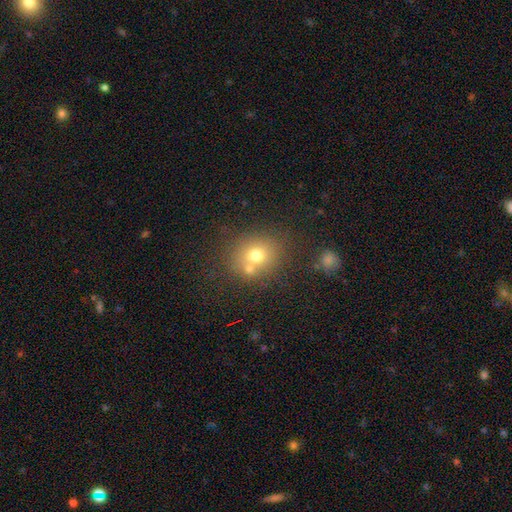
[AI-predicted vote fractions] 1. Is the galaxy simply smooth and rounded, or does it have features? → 70% smooth, 15% featured or disk, 15% star or artifact.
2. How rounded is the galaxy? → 76% round, 23% in between, 1% cigar-shaped.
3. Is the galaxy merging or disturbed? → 62% none, 24% merger, 10% minor disturbance, 4% major disturbance.